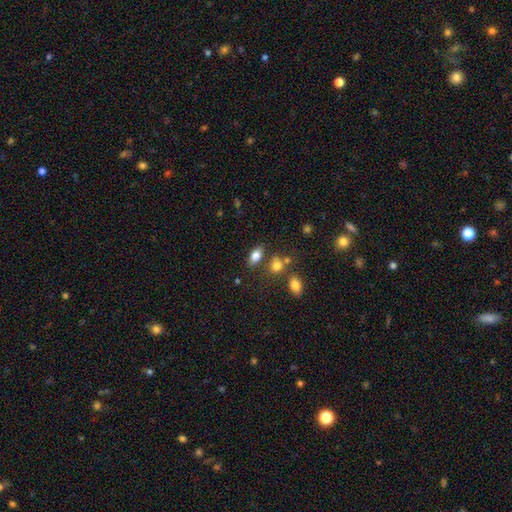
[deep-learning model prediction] This is likely a smooth galaxy (80%). How rounded: clearly in between (87%). Merging: likely none (70%).